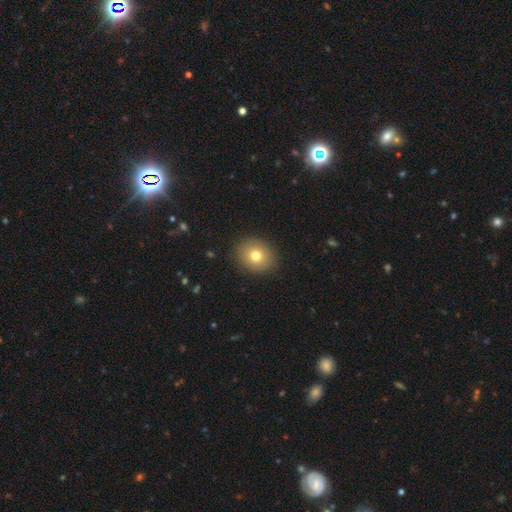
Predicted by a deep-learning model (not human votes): Morphology: type=smooth (77%); roundness=round (70%); merging=none (89%).